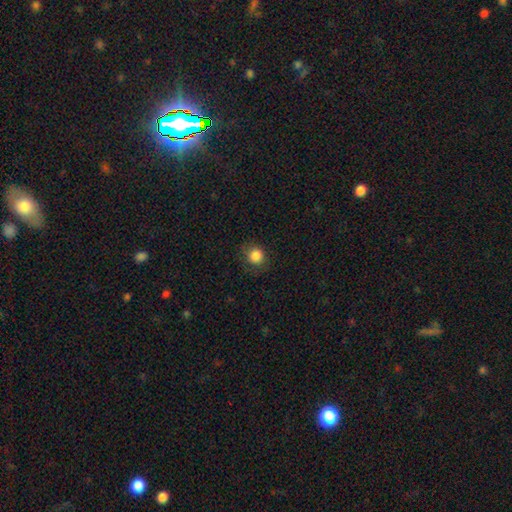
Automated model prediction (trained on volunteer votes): Smooth or featured? Predicted: smooth (p=0.85). How rounded? Predicted: round (p=0.87). Merging? Predicted: none (p=0.81).